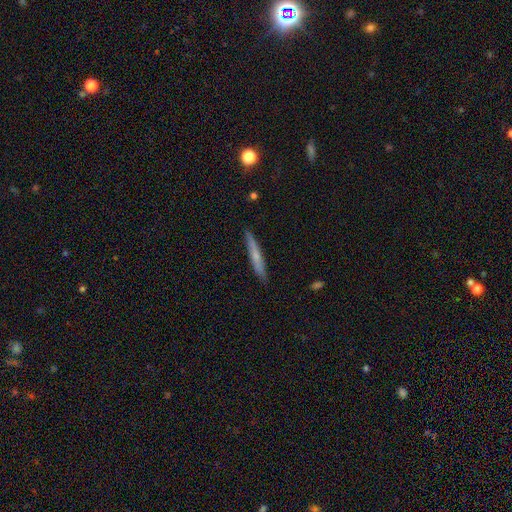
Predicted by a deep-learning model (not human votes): smooth-or-featured: smooth: 56% | featured or disk: 38% | star or artifact: 6%
  how-rounded: cigar-shaped: 95% | in between: 3% | round: 1%
  merging: none: 89% | minor disturbance: 9% | major disturbance: 1% | merger: 1%